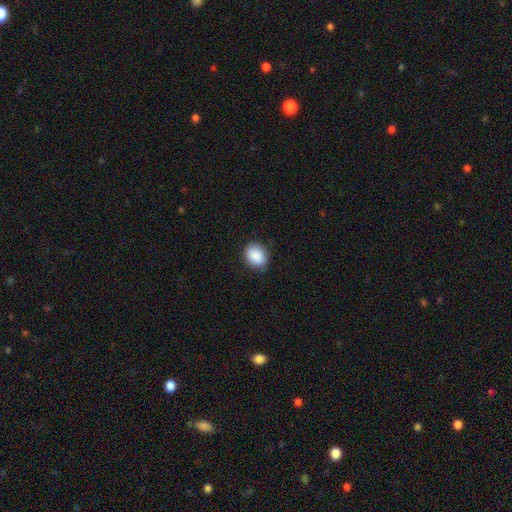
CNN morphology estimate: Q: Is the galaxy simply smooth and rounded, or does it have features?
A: smooth — 89%.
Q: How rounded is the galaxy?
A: in between — 58%.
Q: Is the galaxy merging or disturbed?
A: none — 82%.